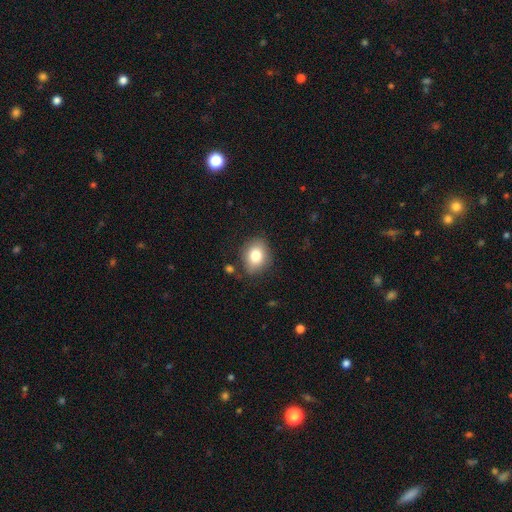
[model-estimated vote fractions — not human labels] A smooth galaxy with no disk features (78%) that is in between round and cigar-shaped (53%).

Vote fractions:
- Smooth or featured? smooth: 78% / featured or disk: 12% / star or artifact: 10%
- How rounded? in between: 53% / round: 46% / cigar-shaped: 1%
- Merging? none: 82% / minor disturbance: 13% / major disturbance: 3% / merger: 2%